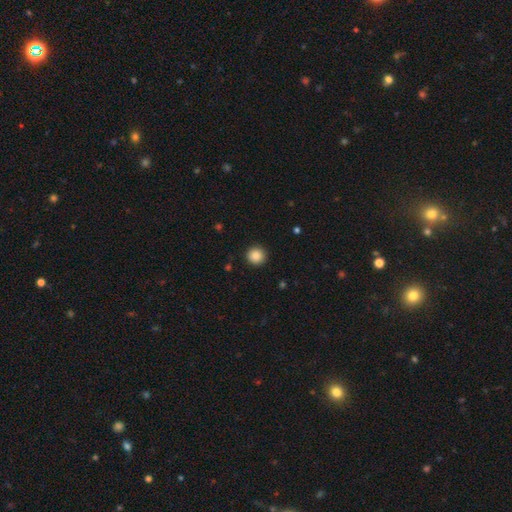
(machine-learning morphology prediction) Smooth or featured?
  - smooth: 87% *
  - star or artifact: 10%
  - featured or disk: 4%
How rounded?
  - round: 95% *
  - in between: 4%
  - cigar-shaped: 1%
Merging?
  - none: 92% *
  - minor disturbance: 5%
  - major disturbance: 2%
  - merger: 1%